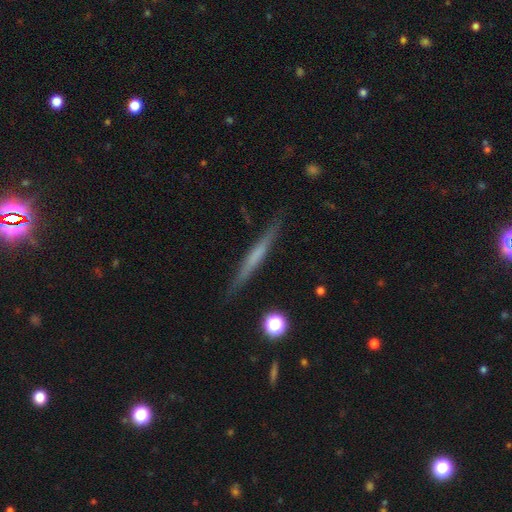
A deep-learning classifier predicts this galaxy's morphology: Smooth or featured?
  - featured or disk: 52% *
  - smooth: 41%
  - star or artifact: 7%
Edge-on disk?
  - yes: 96% *
  - no: 4%
Edge-on bulge?
  - none: 75% *
  - rounded: 15%
  - boxy: 10%
Merging?
  - none: 88% *
  - minor disturbance: 9%
  - major disturbance: 2%
  - merger: 1%